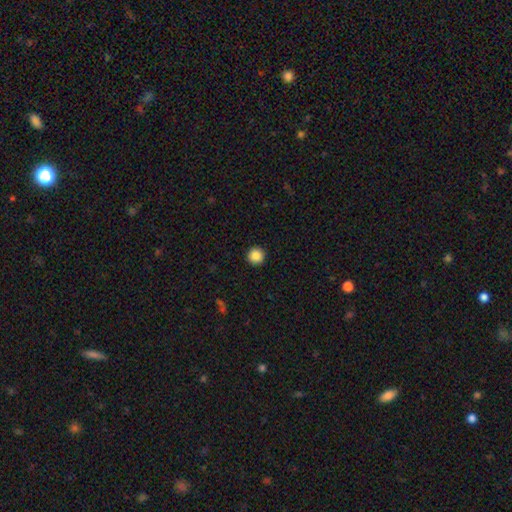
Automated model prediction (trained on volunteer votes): smooth-or-featured: smooth: 87% | star or artifact: 9% | featured or disk: 4%
  how-rounded: round: 96% | in between: 3% | cigar-shaped: 1%
  merging: none: 93% | minor disturbance: 4% | major disturbance: 2% | merger: 1%